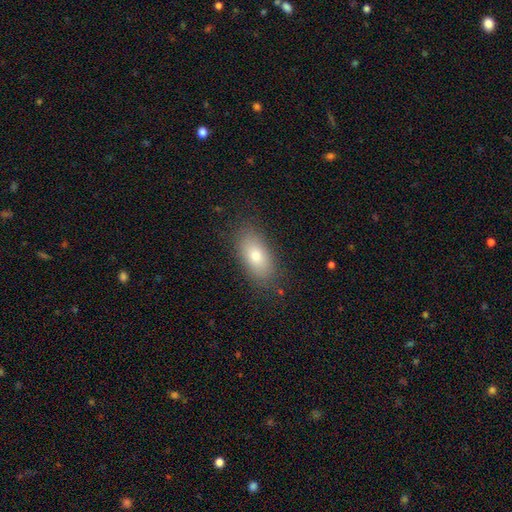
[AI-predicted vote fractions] smooth-or-featured: smooth: 75% | featured or disk: 16% | star or artifact: 9%
  how-rounded: in between: 88% | cigar-shaped: 6% | round: 6%
  merging: none: 85% | minor disturbance: 11% | major disturbance: 3% | merger: 1%